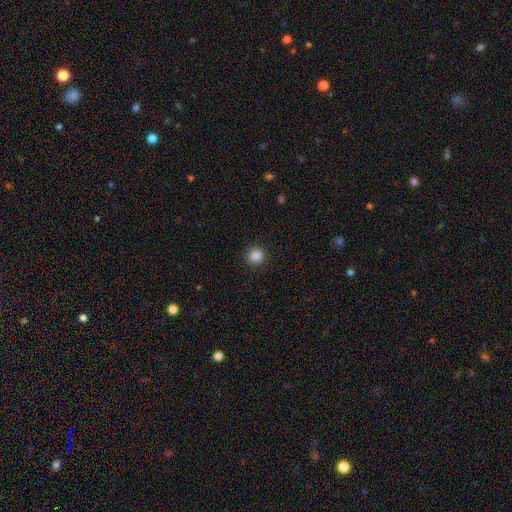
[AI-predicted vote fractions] This appears to be a smooth galaxy with no disk features (87%) that is round (91%). Merging: none (91%).